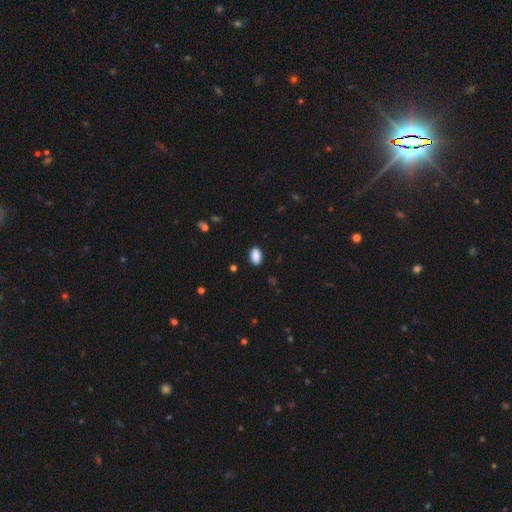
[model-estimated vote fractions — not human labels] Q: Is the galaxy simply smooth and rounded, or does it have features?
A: smooth — 89%.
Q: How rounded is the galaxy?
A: in between — 91%.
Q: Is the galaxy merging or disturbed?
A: none — 88%.